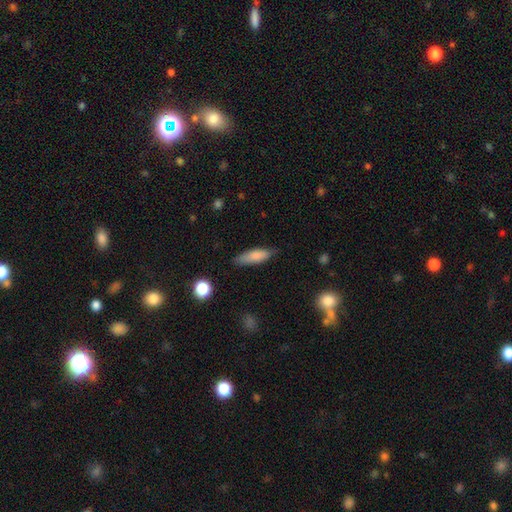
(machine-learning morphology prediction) smooth_or_featured: smooth (p=0.81) [alt: featured or disk p=0.13]
how_rounded: cigar-shaped (p=0.54) [alt: in between p=0.44]
merging: none (p=0.75) [alt: minor disturbance p=0.19]